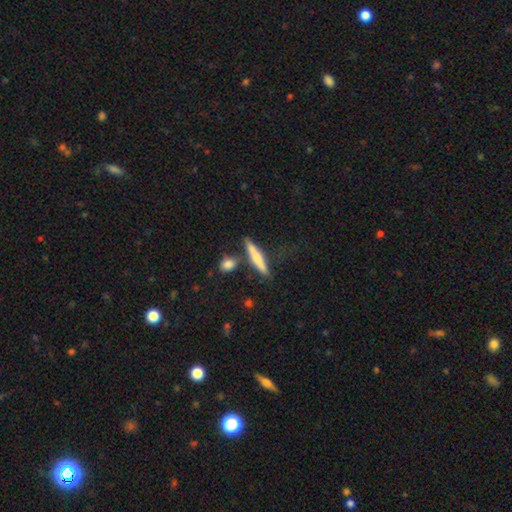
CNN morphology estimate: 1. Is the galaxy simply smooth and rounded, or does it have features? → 60% smooth, 33% featured or disk, 6% star or artifact.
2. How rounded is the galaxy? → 89% cigar-shaped, 9% in between, 2% round.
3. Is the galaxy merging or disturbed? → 72% none, 14% minor disturbance, 10% merger, 4% major disturbance.